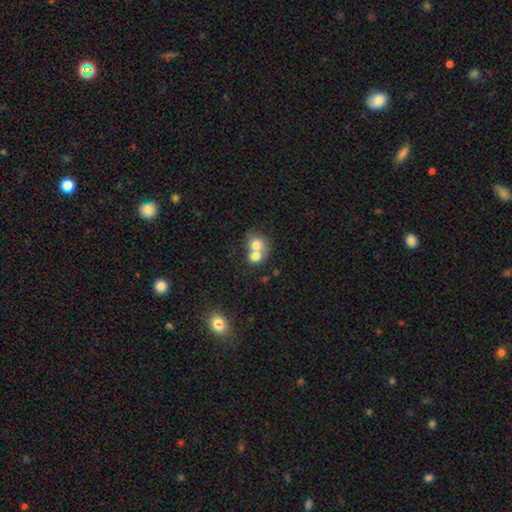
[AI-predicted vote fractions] Smooth or featured: smooth — 72% (featured or disk — 19%)
How rounded: round — 68% (in between — 31%)
Merging: merger — 70% (none — 22%)